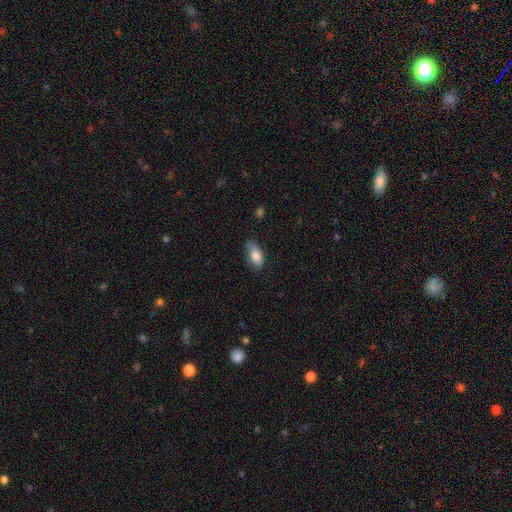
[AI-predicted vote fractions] Smooth or featured? smooth (85%)
How rounded? in between (91%)
Merging? none (57%)